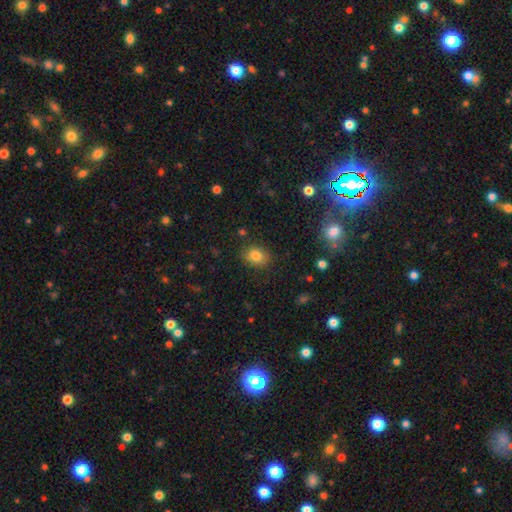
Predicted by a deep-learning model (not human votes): A smooth galaxy with no disk features (80%) that is round (51%). Merging: none (82%).